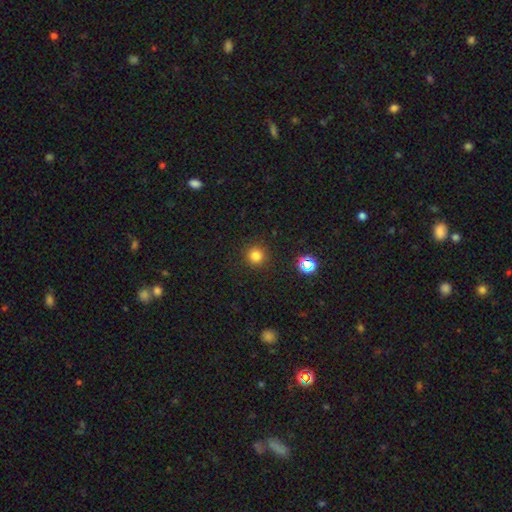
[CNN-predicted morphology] Smooth or featured? Predicted: smooth (p=0.78). How rounded? Predicted: round (p=0.95). Merging? Predicted: none (p=0.91).